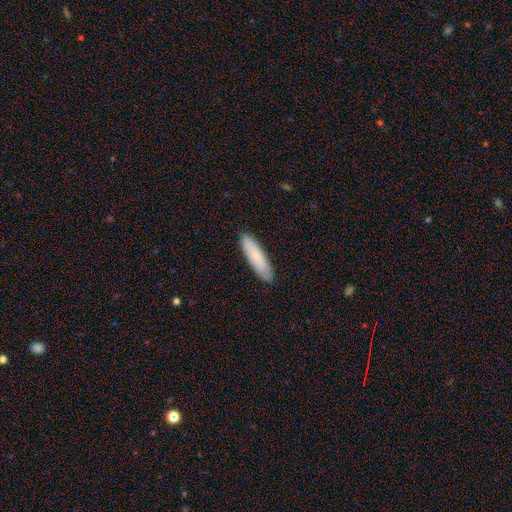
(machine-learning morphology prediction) Smooth or featured? Predicted: smooth (p=0.81). How rounded? Predicted: cigar-shaped (p=0.70). Merging? Predicted: none (p=0.89).